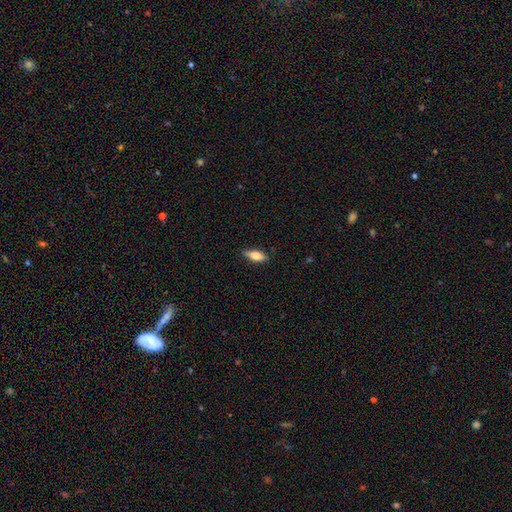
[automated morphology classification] smooth 65%, featured or disk 28%, star or artifact 7%. Down the decision tree: how rounded — in between (66%); merging — none (84%).